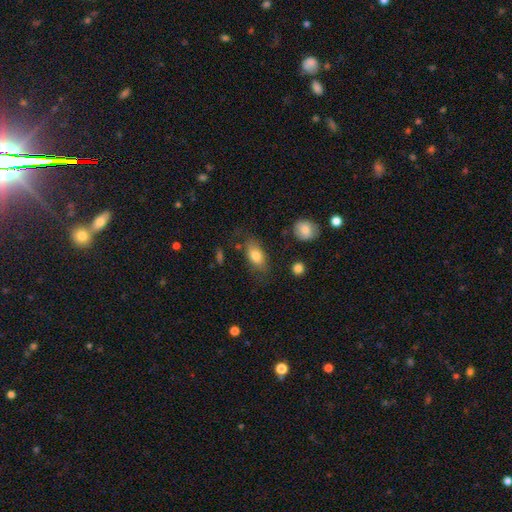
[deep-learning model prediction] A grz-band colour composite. It shows a smooth galaxy with no disk features (78%) that is in between round and cigar-shaped (87%). Merging: none (68%).